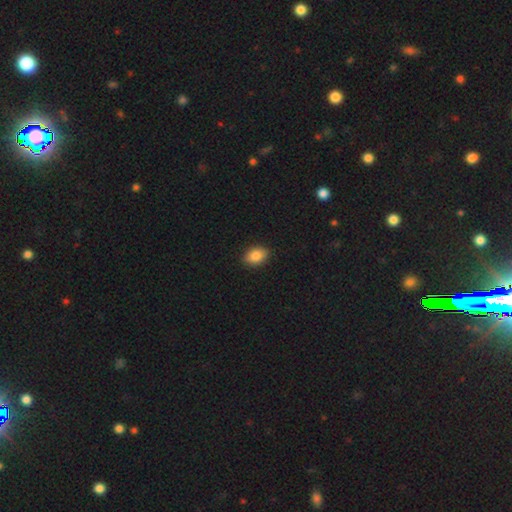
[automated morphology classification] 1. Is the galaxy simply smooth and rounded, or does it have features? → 86% smooth, 8% star or artifact, 6% featured or disk.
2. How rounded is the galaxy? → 83% in between, 16% round, 2% cigar-shaped.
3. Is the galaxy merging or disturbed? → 89% none, 8% minor disturbance, 2% major disturbance, 1% merger.